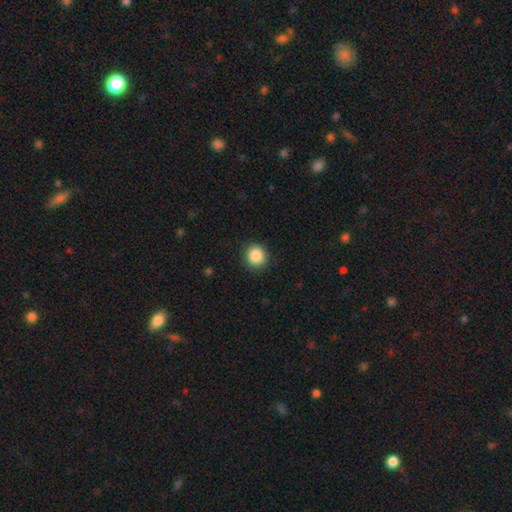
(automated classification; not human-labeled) The model was most divided on "smooth or featured": smooth: 87%, star or artifact: 9%, featured or disk: 4%. More confident: how rounded — round (90%); merging — none (89%).